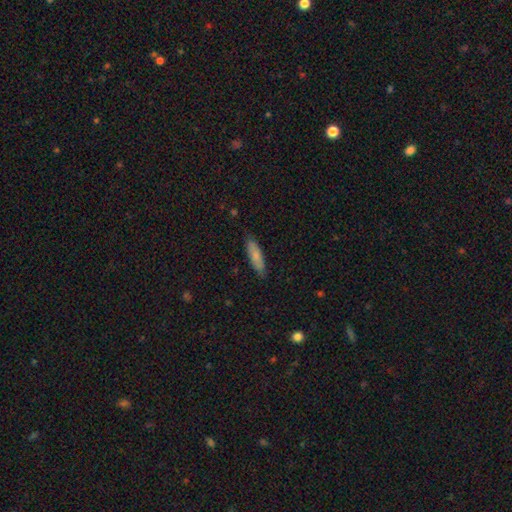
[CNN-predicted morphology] This appears to be a smooth galaxy with no disk features (77%) that is cigar-shaped (64%). Merging: none (85%).